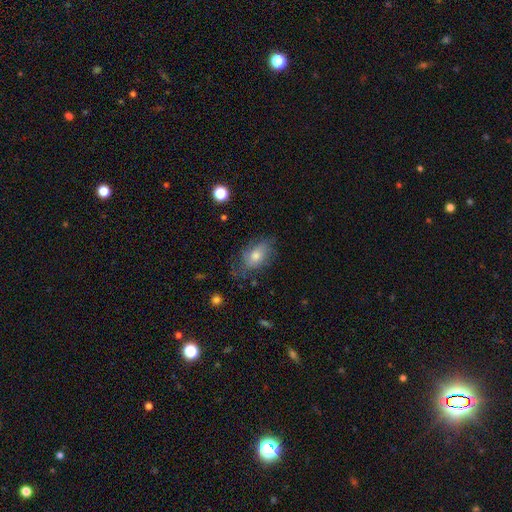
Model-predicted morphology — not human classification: Smooth or featured?
  - smooth: 50% *
  - featured or disk: 39%
  - star or artifact: 11%
How rounded?
  - in between: 85% *
  - round: 12%
  - cigar-shaped: 3%
Merging?
  - none: 61% *
  - minor disturbance: 26%
  - major disturbance: 12%
  - merger: 2%